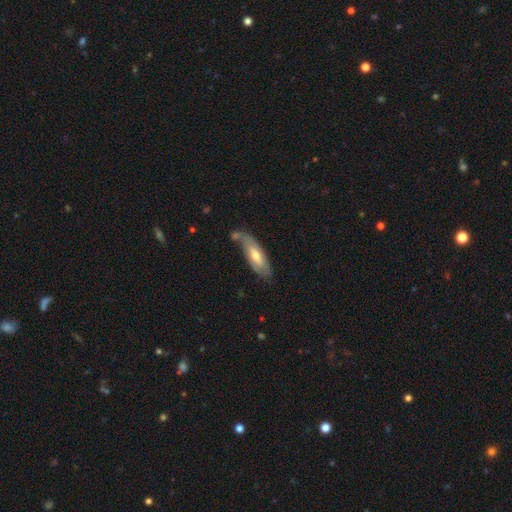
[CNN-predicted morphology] smooth-or-featured: smooth: 47% (tied) | featured or disk: 47% (tied) | star or artifact: 6%
  merging: none: 56% | minor disturbance: 25% | merger: 11% | major disturbance: 8%